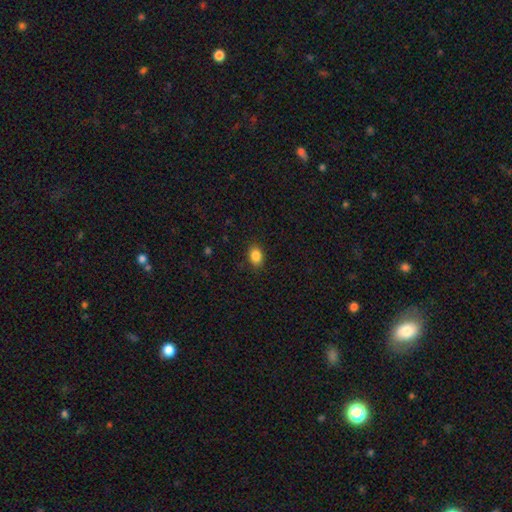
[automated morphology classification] type=smooth (86%); roundness=in between (73%); merging=none (87%).